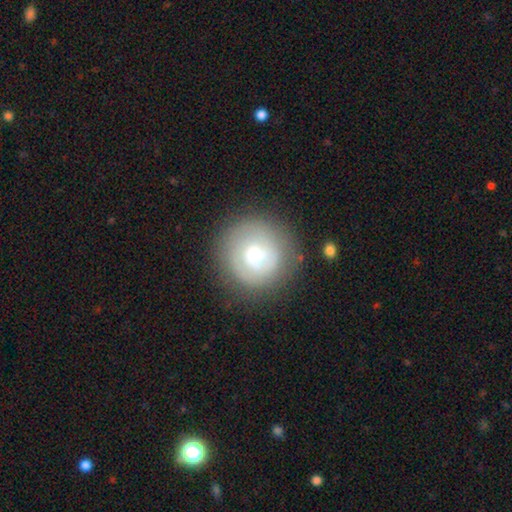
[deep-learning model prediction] smooth-or-featured: smooth: 50% | featured or disk: 42% | star or artifact: 8%
  how-rounded: round: 94% | in between: 5% | cigar-shaped: 1%
  merging: none: 76% | minor disturbance: 14% | major disturbance: 7% | merger: 3%